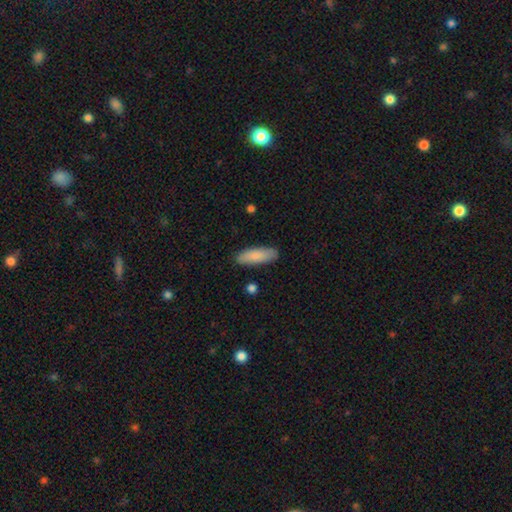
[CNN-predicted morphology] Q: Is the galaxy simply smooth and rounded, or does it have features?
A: smooth — 85%.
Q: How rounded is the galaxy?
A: in between — 57%.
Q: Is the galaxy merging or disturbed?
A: none — 86%.